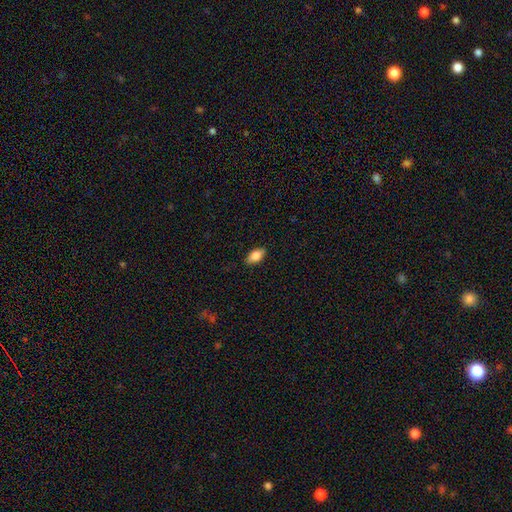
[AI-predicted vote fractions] Overall: smooth (82%). How rounded: in between (89%). Merging: none (88%).